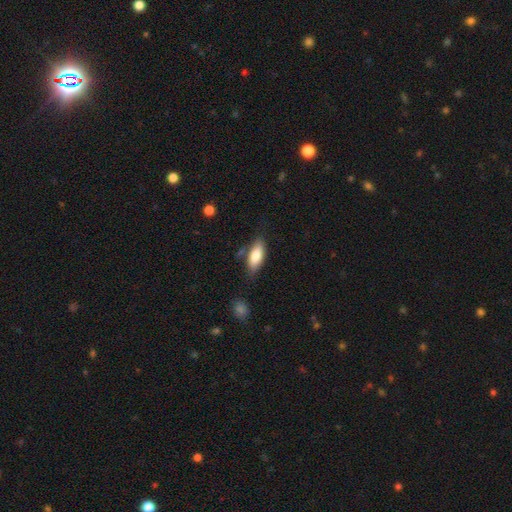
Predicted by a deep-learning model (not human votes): This is clearly a smooth galaxy (81%). How rounded: likely in between (78%). Merging: likely none (70%).